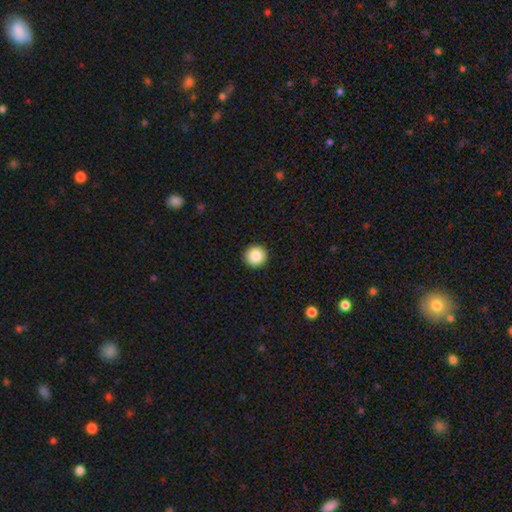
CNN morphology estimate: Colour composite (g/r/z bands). It shows a smooth galaxy with no disk features (87%) that is round (96%). Merging: none (94%).